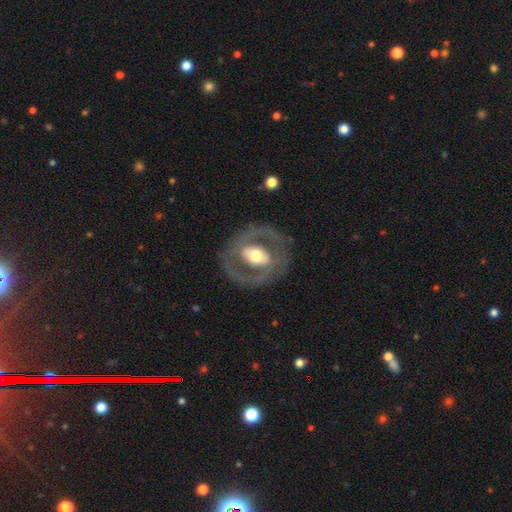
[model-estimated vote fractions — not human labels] Smooth or featured? Predicted: featured or disk (p=0.73). Edge-on disk? Predicted: no (p=0.94). Bar? Predicted: strong (p=0.36). Spiral arms? Predicted: no (p=0.57). Bulge size? Predicted: moderate (p=0.61). Merging? Predicted: none (p=0.79).